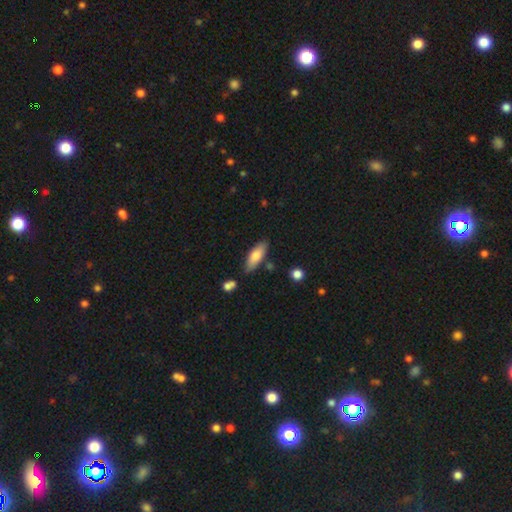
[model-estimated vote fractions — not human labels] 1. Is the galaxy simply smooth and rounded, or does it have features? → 73% smooth, 21% featured or disk, 6% star or artifact.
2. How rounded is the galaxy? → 63% in between, 35% cigar-shaped, 2% round.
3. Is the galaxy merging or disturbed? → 78% none, 14% minor disturbance, 5% merger, 3% major disturbance.